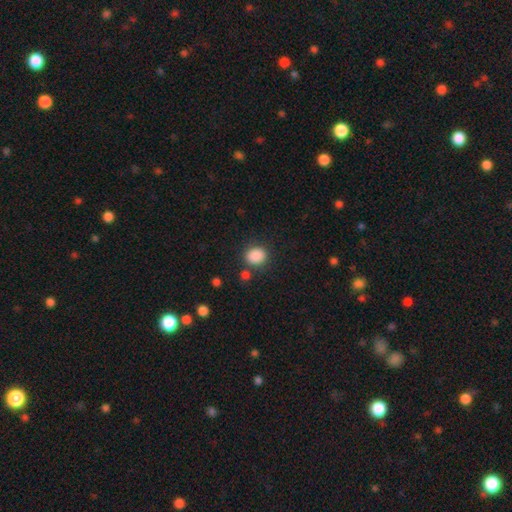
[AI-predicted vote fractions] This appears to be a smooth galaxy with no disk features (87%) that is round (64%). Merging: none (78%).